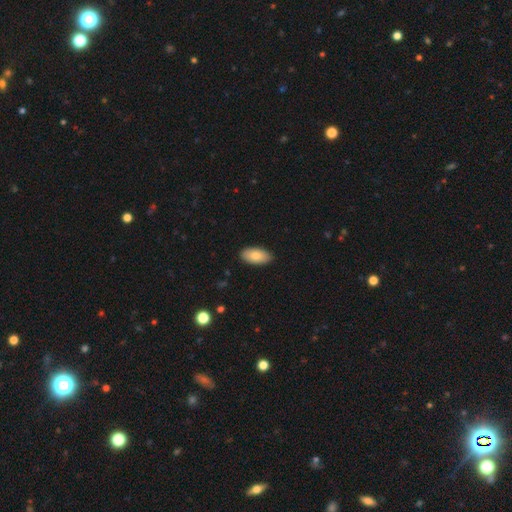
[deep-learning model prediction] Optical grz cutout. It shows a smooth galaxy with no disk features (82%) that is in between round and cigar-shaped (94%). Merging: none (89%).